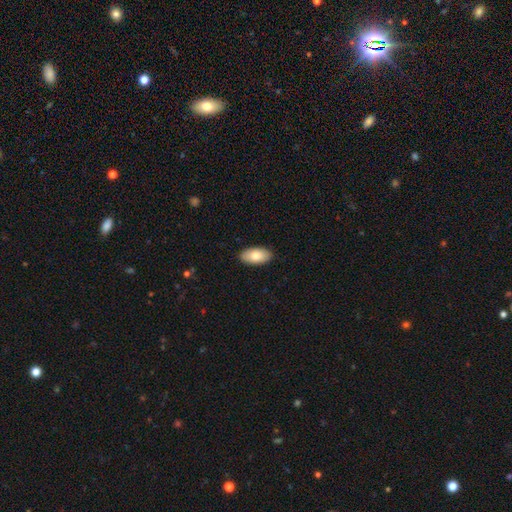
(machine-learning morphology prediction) smooth_or_featured: smooth (p=0.82) [alt: featured or disk p=0.12]
how_rounded: in between (p=0.94) [alt: cigar-shaped p=0.03]
merging: none (p=0.89) [alt: minor disturbance p=0.08]